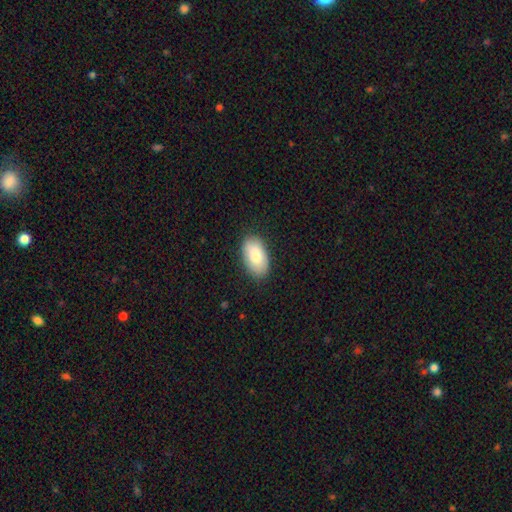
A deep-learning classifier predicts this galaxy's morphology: This is clearly a smooth galaxy (81%). How rounded: clearly in between (95%). Merging: clearly none (85%).